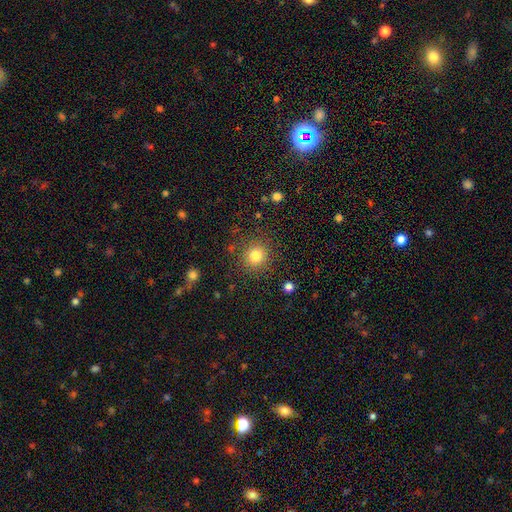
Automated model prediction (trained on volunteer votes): Morphology: type=smooth (81%); roundness=round (91%); merging=none (87%).